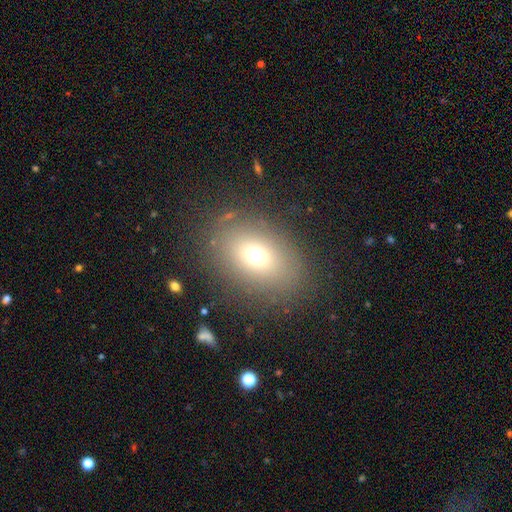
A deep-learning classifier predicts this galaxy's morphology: smooth-or-featured: smooth: 69% | star or artifact: 16% | featured or disk: 15%
  how-rounded: in between: 67% | round: 32% | cigar-shaped: 1%
  merging: none: 82% | minor disturbance: 10% | major disturbance: 6% | merger: 2%